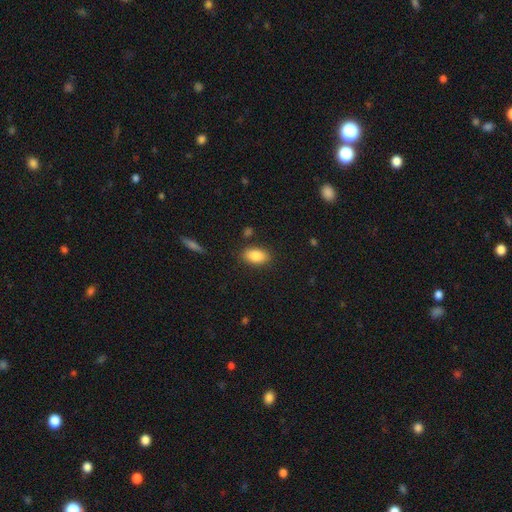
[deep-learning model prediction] A smooth galaxy with no disk features (85%) that is in between round and cigar-shaped (90%). Merging: none (85%).